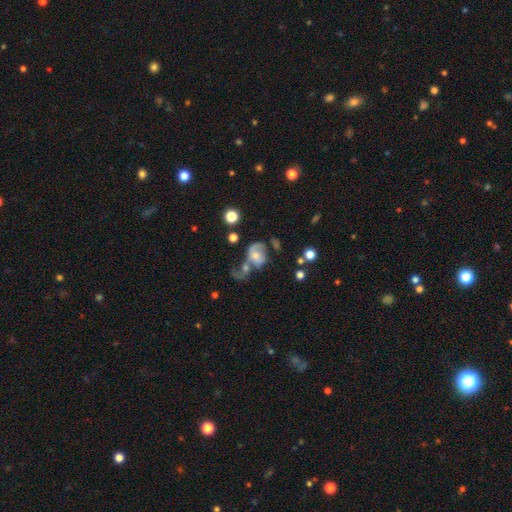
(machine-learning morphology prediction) This appears to be a featured or disk galaxy (57%) with no bar (69%), spiral arms (73%) and a moderate central bulge (51%). Merging: merger (48%).